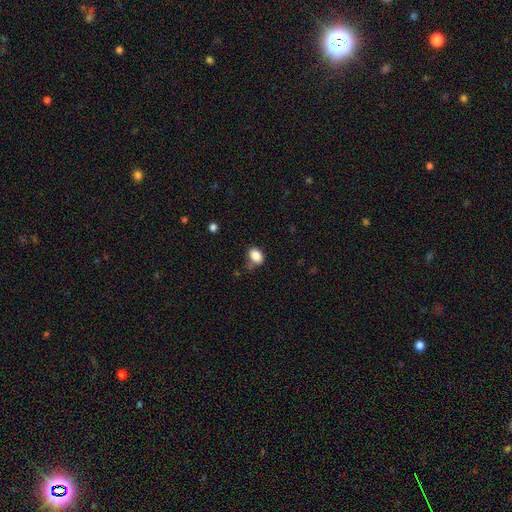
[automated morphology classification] smooth_or_featured: smooth (p=0.86) [alt: star or artifact p=0.10]
how_rounded: in between (p=0.72) [alt: round p=0.27]
merging: none (p=0.65) [alt: minor disturbance p=0.24]